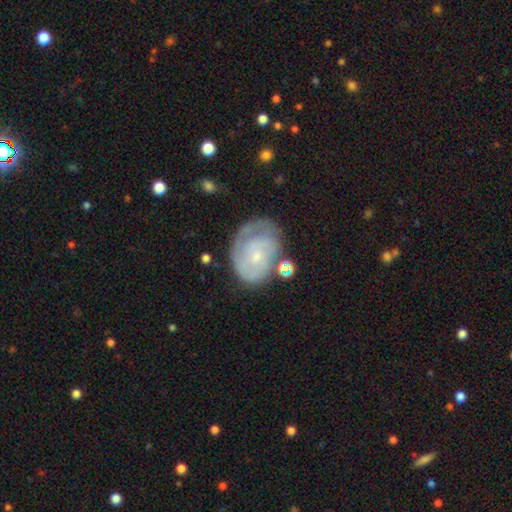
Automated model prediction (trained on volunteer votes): A featured or disk galaxy (70%) with no bar (74%), tight (61%) spiral arms (84%) and a small central bulge (70%). Merging: none (55%).